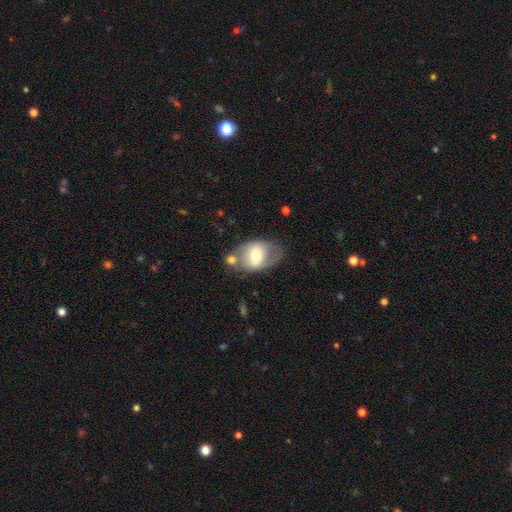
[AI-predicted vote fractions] This is possibly a smooth galaxy (50%). How rounded: likely in between (78%). Merging: possibly none (50%).